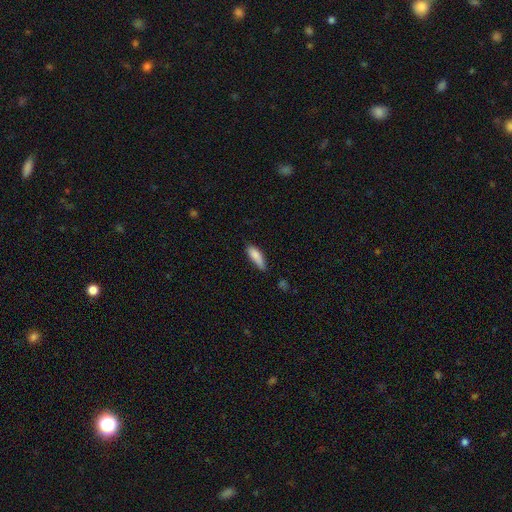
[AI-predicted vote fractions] Smooth or featured?
  - smooth: 85% *
  - featured or disk: 8%
  - star or artifact: 7%
How rounded?
  - in between: 49% * (tied)
  - cigar-shaped: 49% * (tied)
  - round: 2%
Merging?
  - none: 59% *
  - minor disturbance: 32%
  - major disturbance: 6%
  - merger: 3%